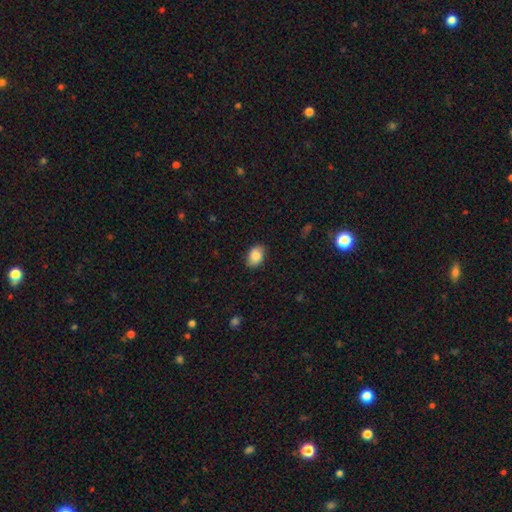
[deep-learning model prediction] Overall: smooth (87%). How rounded: in between (82%). Merging: none (85%).